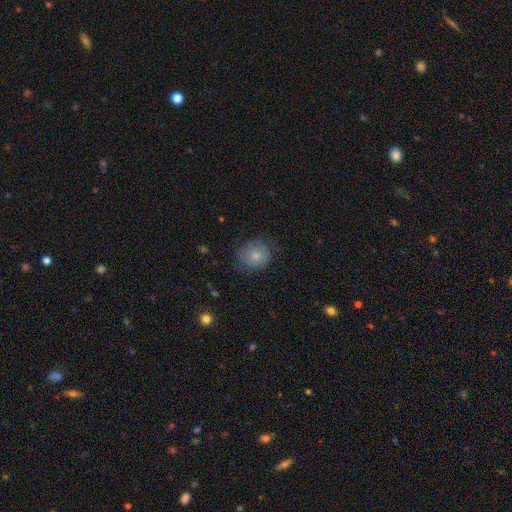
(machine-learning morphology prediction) smooth_or_featured: smooth (p=0.73) [alt: featured or disk p=0.19]
how_rounded: round (p=0.79) [alt: in between p=0.20]
merging: none (p=0.69) [alt: minor disturbance p=0.22]